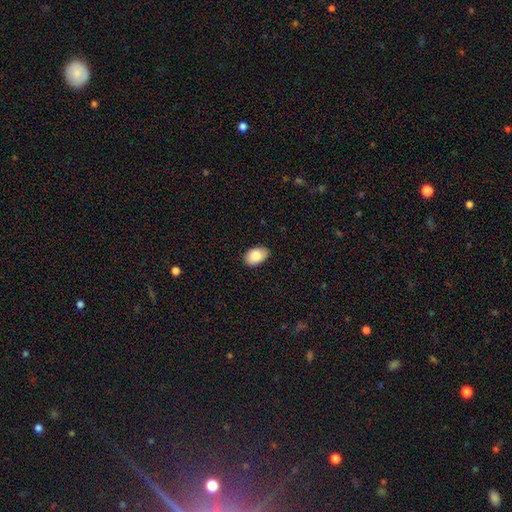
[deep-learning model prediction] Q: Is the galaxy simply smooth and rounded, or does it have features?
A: smooth — 86%.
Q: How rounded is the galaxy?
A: in between — 91%.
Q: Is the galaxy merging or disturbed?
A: none — 86%.